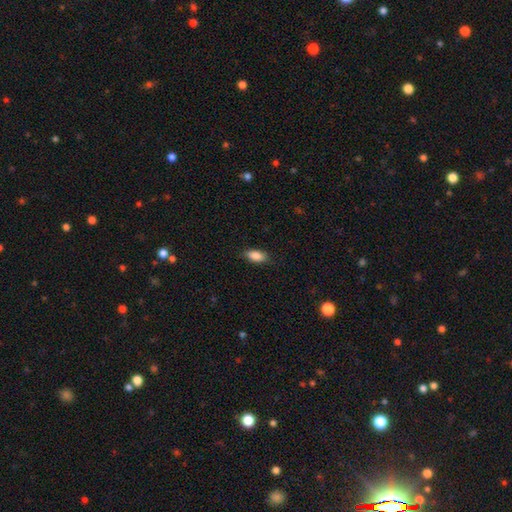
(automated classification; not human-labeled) Smooth or featured?
  - smooth: 86% *
  - star or artifact: 7%
  - featured or disk: 7%
How rounded?
  - in between: 89% *
  - cigar-shaped: 8%
  - round: 4%
Merging?
  - none: 82% *
  - minor disturbance: 14%
  - major disturbance: 3%
  - merger: 1%